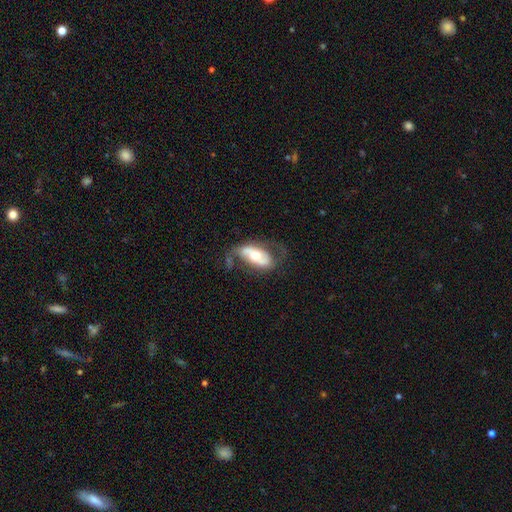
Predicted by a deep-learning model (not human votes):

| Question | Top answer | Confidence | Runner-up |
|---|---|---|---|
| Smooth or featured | featured or disk | 60% | smooth (34%) |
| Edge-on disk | no | 87% | yes (13%) |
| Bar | no | 53% | weak (24%) |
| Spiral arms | yes | 64% | no (36%) |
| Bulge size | moderate | 69% | small (20%) |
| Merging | none | 48% | minor disturbance (27%) |